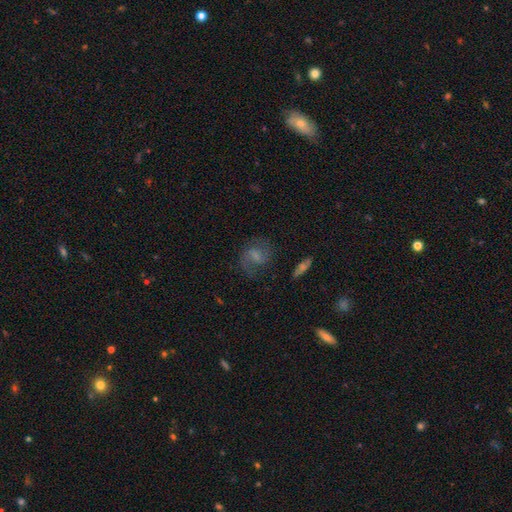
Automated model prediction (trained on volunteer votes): smooth-or-featured: featured or disk: 56% | smooth: 33% | star or artifact: 12%
  disk-edge-on: no: 96% | yes: 4%
    bar: weak: 52% | no: 30% | strong: 18%
    has-spiral-arms: yes: 85% | no: 15%
    bulge-size: small: 33% | none: 31% | moderate: 28% | large: 7% | dominant: 2%
  merging: none: 65% | minor disturbance: 19% | major disturbance: 13% | merger: 2%